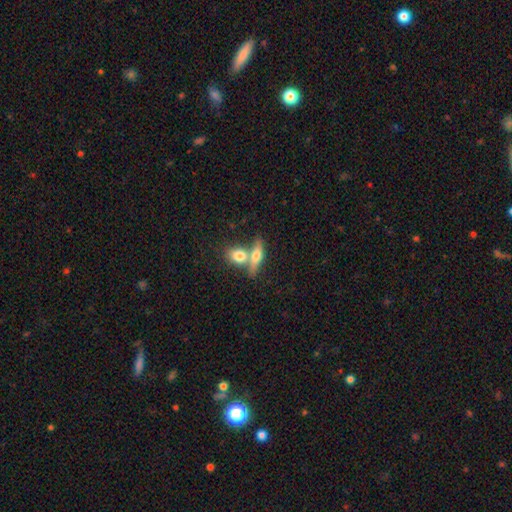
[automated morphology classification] smooth-or-featured: smooth: 59% | featured or disk: 34% | star or artifact: 7%
  how-rounded: in between: 56% | cigar-shaped: 33% | round: 11%
  merging: merger: 51% | none: 37% | minor disturbance: 8% | major disturbance: 4%